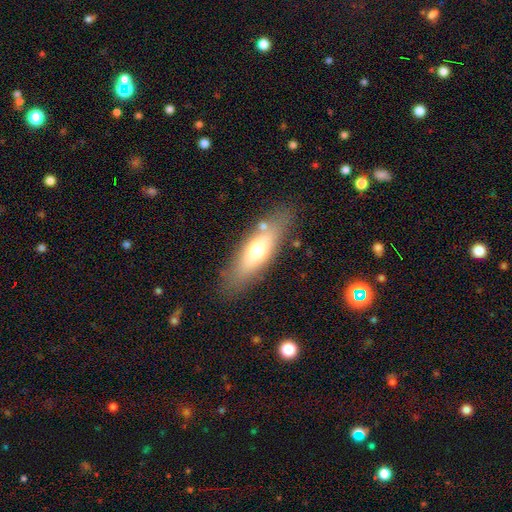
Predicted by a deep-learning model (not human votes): The model was most divided on "how rounded" (2-way tie): cigar-shaped: 49%, in between: 49%, round: 2%. More confident: merging — none (80%); smooth or featured — smooth (59%).